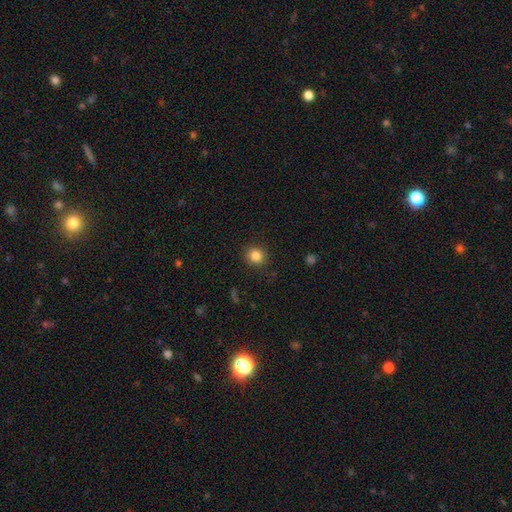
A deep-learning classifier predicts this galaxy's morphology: A smooth galaxy with no disk features (84%) that is round (86%).

Vote fractions:
- Smooth or featured? smooth: 84% / star or artifact: 11% / featured or disk: 5%
- How rounded? round: 86% / in between: 13% / cigar-shaped: 1%
- Merging? none: 90% / minor disturbance: 7% / major disturbance: 2% / merger: 1%